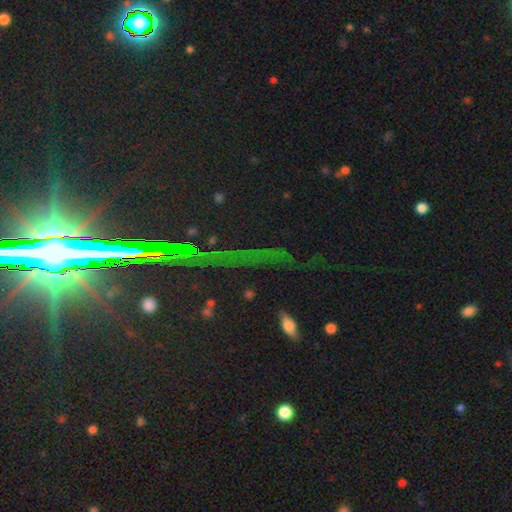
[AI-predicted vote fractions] smooth_or_featured: star or artifact (p=0.66) [alt: smooth p=0.18]